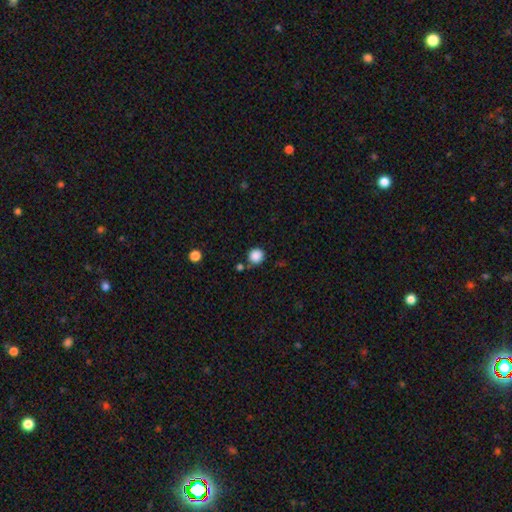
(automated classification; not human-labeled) This is clearly a smooth galaxy (87%). How rounded: clearly round (91%). Merging: likely none (79%).